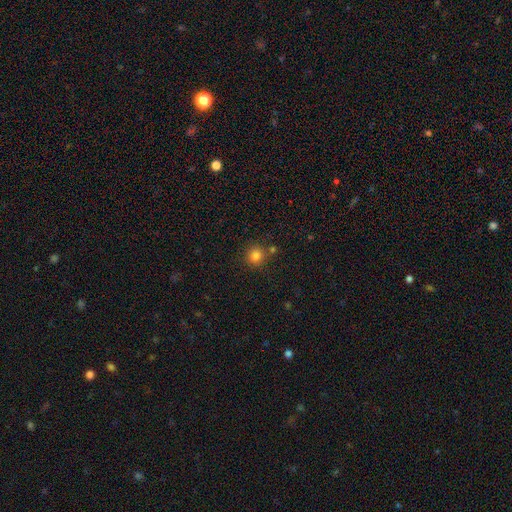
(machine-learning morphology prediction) Smooth or featured? Predicted: smooth (p=0.83). How rounded? Predicted: round (p=0.88). Merging? Predicted: none (p=0.77).